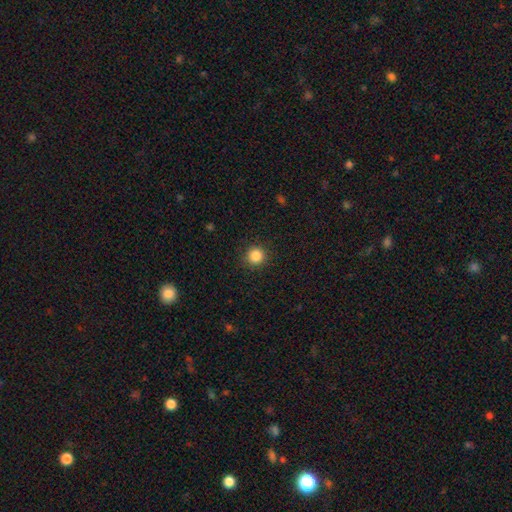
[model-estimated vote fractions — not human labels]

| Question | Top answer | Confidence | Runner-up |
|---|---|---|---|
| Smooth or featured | smooth | 85% | star or artifact (11%) |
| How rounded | round | 94% | in between (5%) |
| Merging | none | 91% | minor disturbance (6%) |